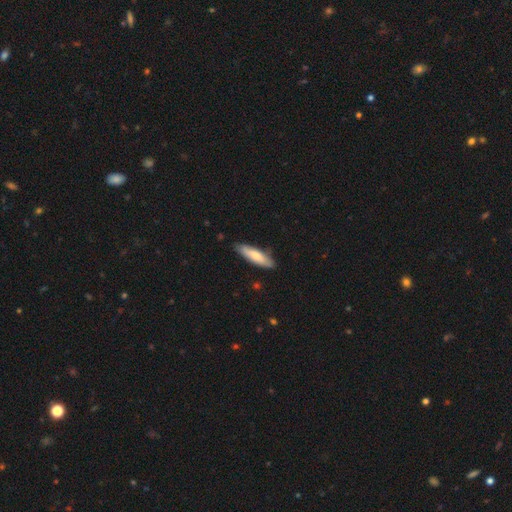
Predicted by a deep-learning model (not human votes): Smooth or featured: smooth — 72% (featured or disk — 23%)
How rounded: cigar-shaped — 68% (in between — 30%)
Merging: none — 82% (minor disturbance — 15%)